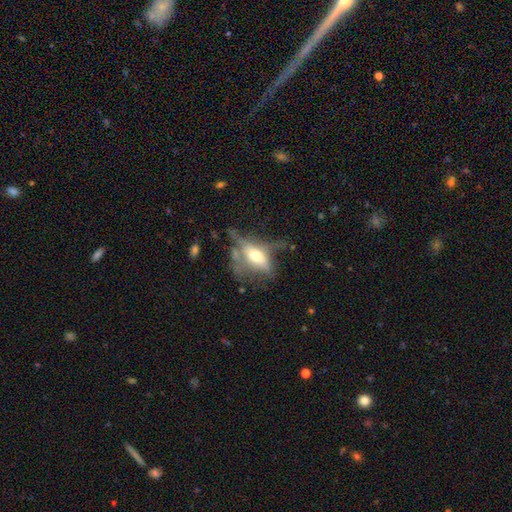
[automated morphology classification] Smooth or featured? featured or disk (53%)
Edge-on disk? no (54%)
Merging? major disturbance (37%)